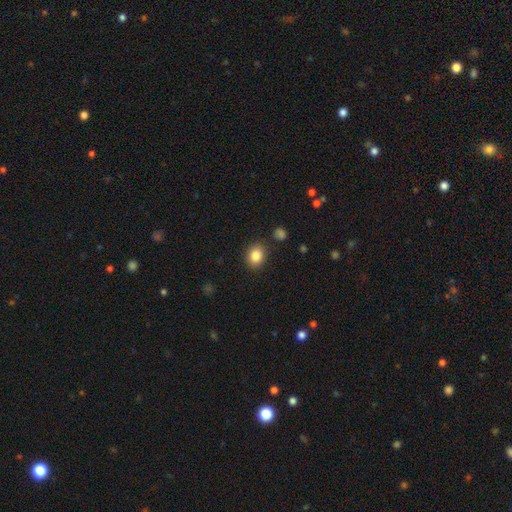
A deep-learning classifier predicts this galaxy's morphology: Q: Smooth or featured?
A: smooth (85%); runner-up: star or artifact (9%)
Q: How rounded?
A: round (53%); runner-up: in between (46%)
Q: Merging?
A: none (85%); runner-up: minor disturbance (9%)